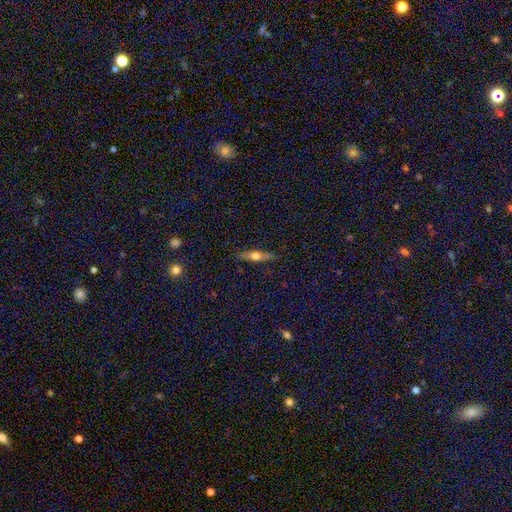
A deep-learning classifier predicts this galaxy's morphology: This appears to be a featured or disk galaxy (50%). Merging: none (88%).